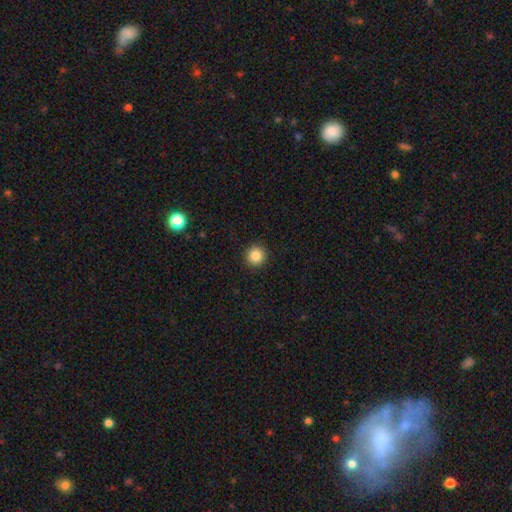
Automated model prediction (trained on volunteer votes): The model was most divided on "smooth or featured": smooth: 86%, star or artifact: 10%, featured or disk: 4%. More confident: how rounded — round (95%); merging — none (93%).